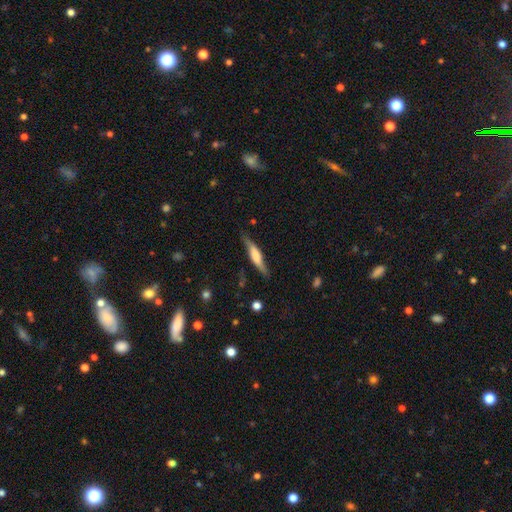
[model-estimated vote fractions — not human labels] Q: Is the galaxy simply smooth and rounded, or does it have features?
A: featured or disk — 52%.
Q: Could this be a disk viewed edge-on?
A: yes — 91%.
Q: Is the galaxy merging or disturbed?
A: none — 79%.